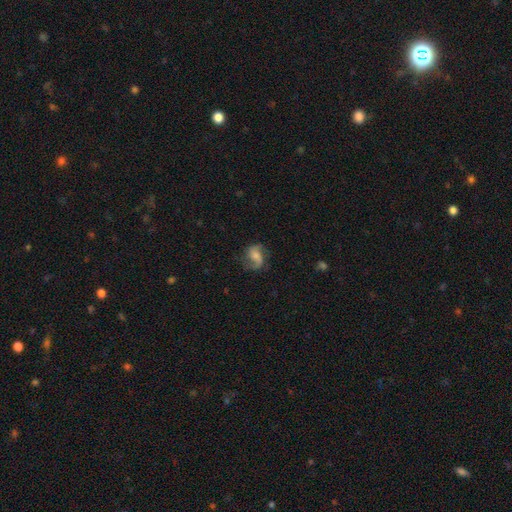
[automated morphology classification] type=featured or disk (72%); edge-on=no (98%); bar=no (51%); spiral arms=yes (94%); winding=loose (47%); arm count=2 (86%); bulge=moderate (38%); merging=none (69%).